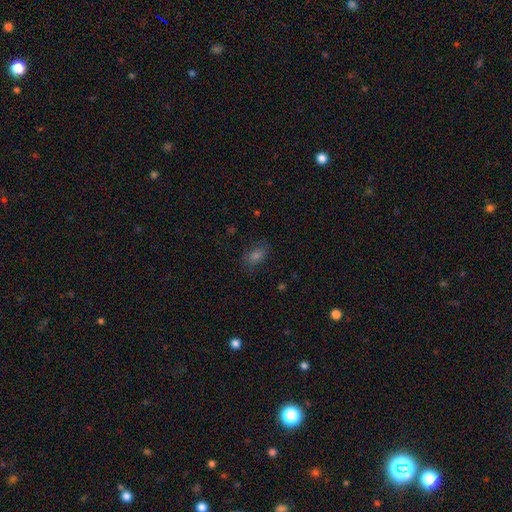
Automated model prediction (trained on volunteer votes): smooth_or_featured: smooth (p=0.62) [alt: star or artifact p=0.24]
how_rounded: in between (p=0.78) [alt: round p=0.19]
merging: none (p=0.80) [alt: minor disturbance p=0.14]